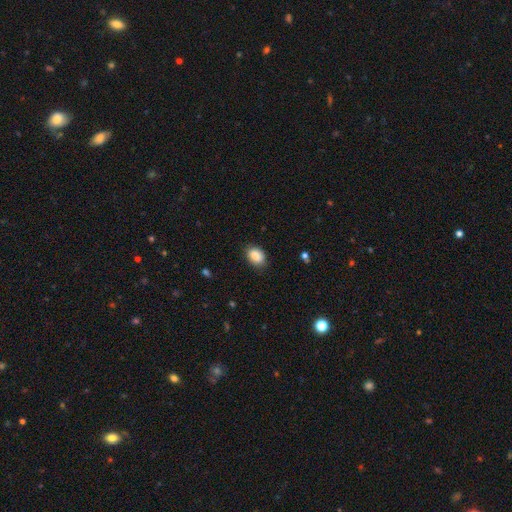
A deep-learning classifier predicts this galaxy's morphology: Overall: smooth (86%). How rounded: in between (77%). Merging: none (85%).